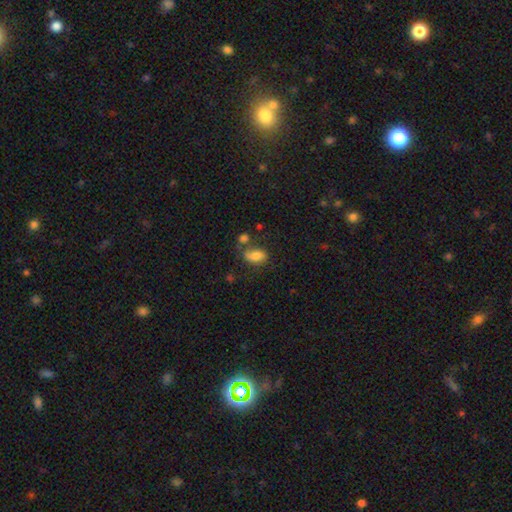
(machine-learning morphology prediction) Q: Smooth or featured?
A: smooth (68%); runner-up: featured or disk (21%)
Q: How rounded?
A: in between (86%); runner-up: round (12%)
Q: Merging?
A: none (45%); runner-up: minor disturbance (23%)